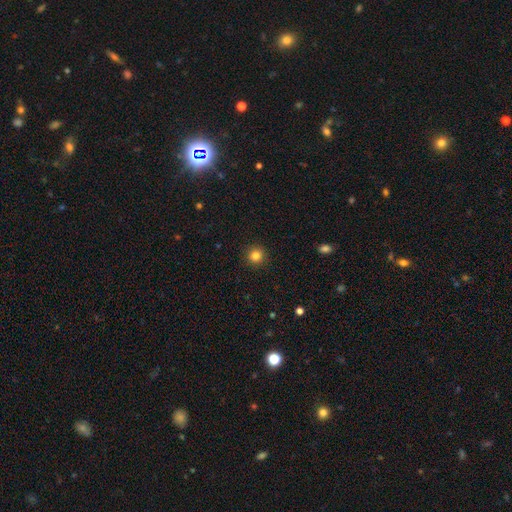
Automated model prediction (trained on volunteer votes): This appears to be a smooth galaxy with no disk features (84%) that is round (93%). Merging: none (92%).